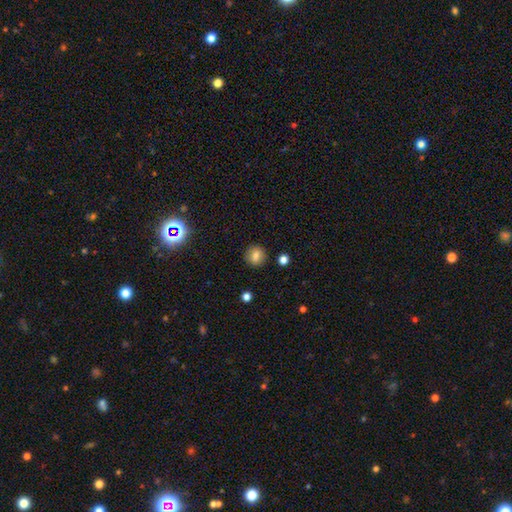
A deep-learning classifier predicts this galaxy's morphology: smooth-or-featured: smooth: 79% | star or artifact: 12% | featured or disk: 9%
  how-rounded: round: 87% | in between: 12% | cigar-shaped: 1%
  merging: none: 88% | minor disturbance: 7% | major disturbance: 2% | merger: 2%